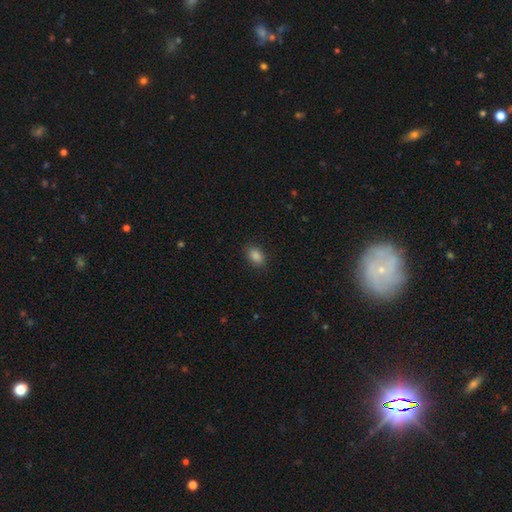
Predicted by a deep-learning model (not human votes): smooth 86%, star or artifact 10%, featured or disk 4%. Down the decision tree: how rounded — in between (84%); merging — none (88%).